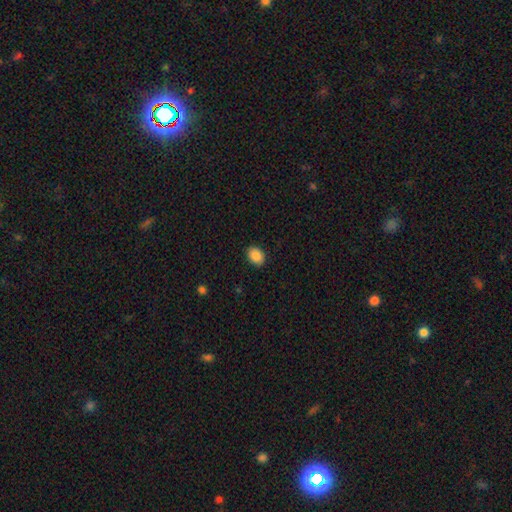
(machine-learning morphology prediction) This is clearly a smooth galaxy (88%). How rounded: likely in between (65%). Merging: clearly none (90%).